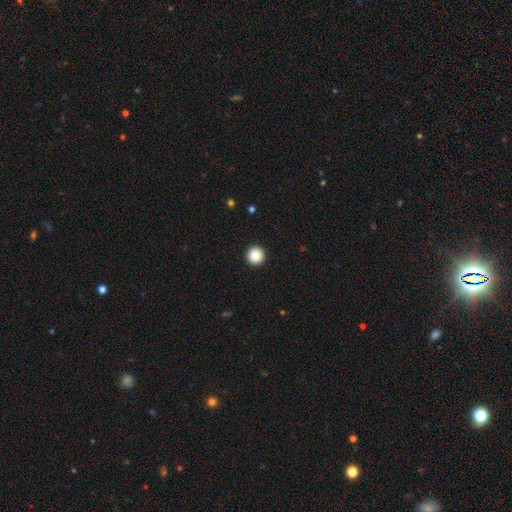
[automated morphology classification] A smooth galaxy with no disk features (86%) that is round (96%).

Vote fractions:
- Smooth or featured? smooth: 86% / star or artifact: 9% / featured or disk: 5%
- How rounded? round: 96% / in between: 3% / cigar-shaped: 1%
- Merging? none: 94% / minor disturbance: 4% / major disturbance: 1% / merger: 1%